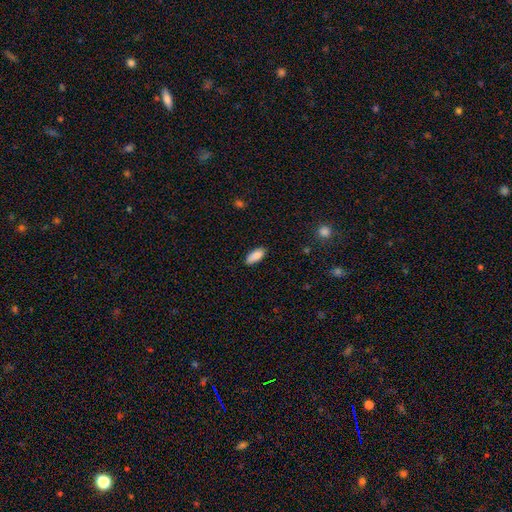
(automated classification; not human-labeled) Smooth or featured: smooth — 89% (star or artifact — 7%)
How rounded: in between — 82% (cigar-shaped — 16%)
Merging: none — 84% (minor disturbance — 13%)